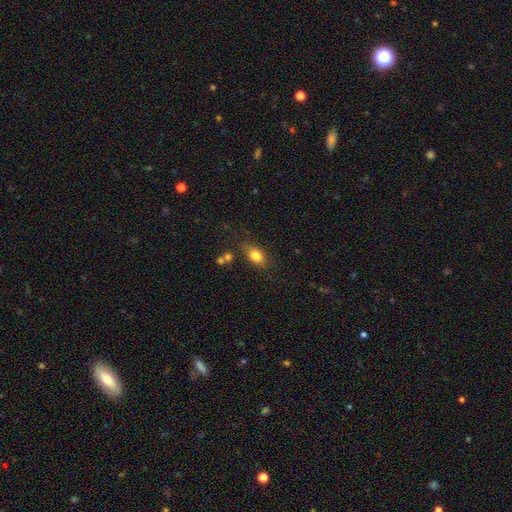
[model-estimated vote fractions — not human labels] Smooth or featured? Predicted: smooth (p=0.82). How rounded? Predicted: in between (p=0.79). Merging? Predicted: none (p=0.75).